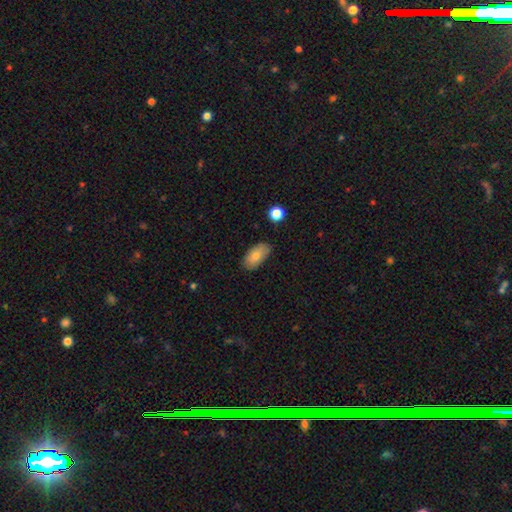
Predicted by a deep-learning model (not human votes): Overall: smooth (81%). How rounded: in between (94%). Merging: none (79%).